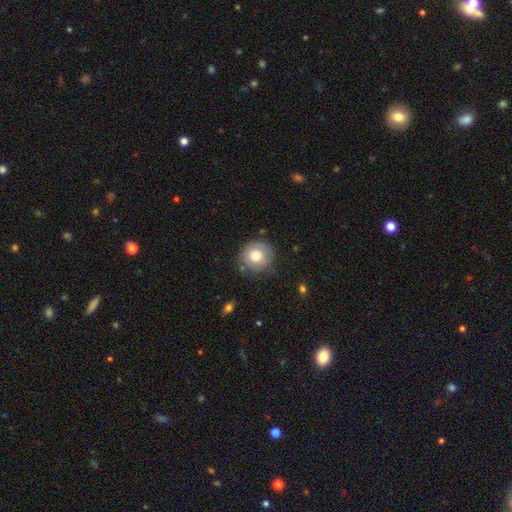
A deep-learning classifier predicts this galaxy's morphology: Smooth or featured?
  - smooth: 75% *
  - featured or disk: 17%
  - star or artifact: 8%
How rounded?
  - round: 92% *
  - in between: 7%
  - cigar-shaped: 1%
Merging?
  - none: 78% *
  - minor disturbance: 16%
  - major disturbance: 4%
  - merger: 2%